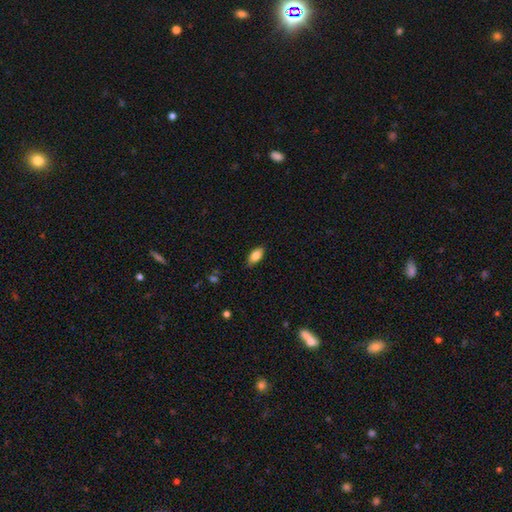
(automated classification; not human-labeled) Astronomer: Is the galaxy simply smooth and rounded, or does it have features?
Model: smooth — 82%.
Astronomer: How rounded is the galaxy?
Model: in between — 90%.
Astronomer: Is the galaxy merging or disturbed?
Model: none — 86%.